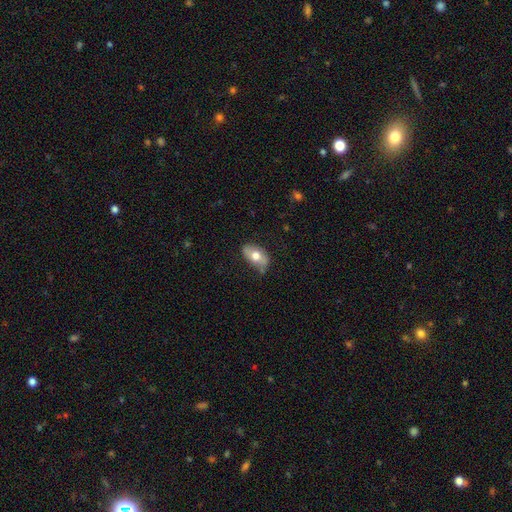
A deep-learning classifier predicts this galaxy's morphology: Smooth or featured? Predicted: smooth (p=0.64). How rounded? Predicted: in between (p=0.91). Merging? Predicted: none (p=0.61).